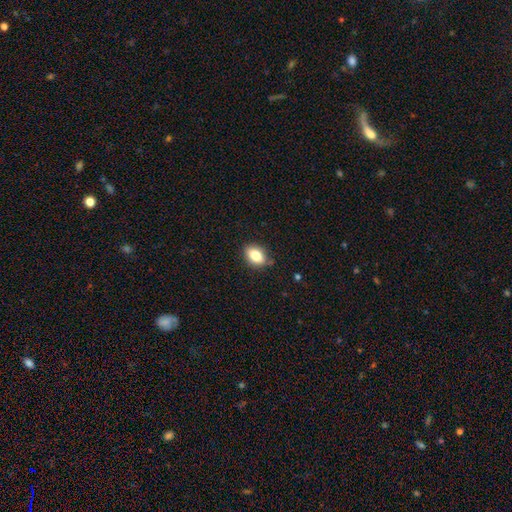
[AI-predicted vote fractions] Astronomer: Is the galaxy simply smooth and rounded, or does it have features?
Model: smooth — 81%.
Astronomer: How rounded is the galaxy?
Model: in between — 80%.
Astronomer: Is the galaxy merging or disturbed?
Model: none — 81%.